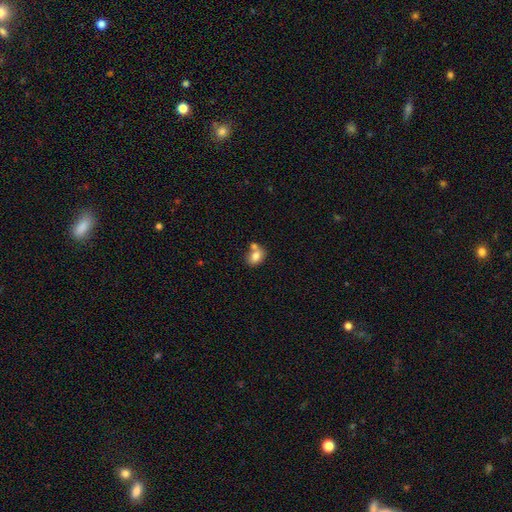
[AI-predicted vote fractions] smooth_or_featured: smooth (p=0.78) [alt: featured or disk p=0.13]
how_rounded: in between (p=0.61) [alt: round p=0.38]
merging: none (p=0.49) [alt: merger p=0.35]